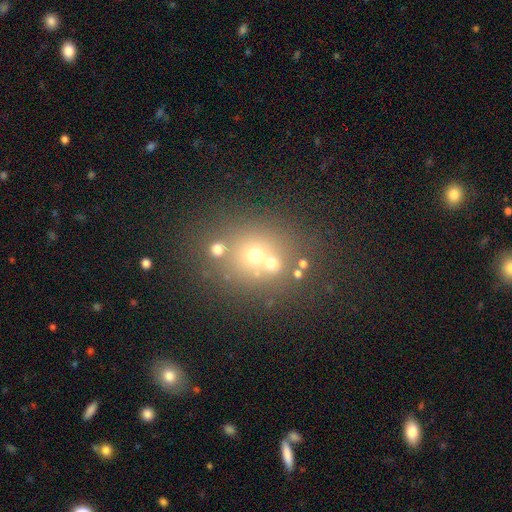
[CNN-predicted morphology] Smooth or featured?
  - smooth: 55% *
  - star or artifact: 25%
  - featured or disk: 19%
How rounded?
  - round: 81% *
  - in between: 18%
  - cigar-shaped: 1%
Merging?
  - none: 54% *
  - merger: 32%
  - minor disturbance: 9%
  - major disturbance: 5%